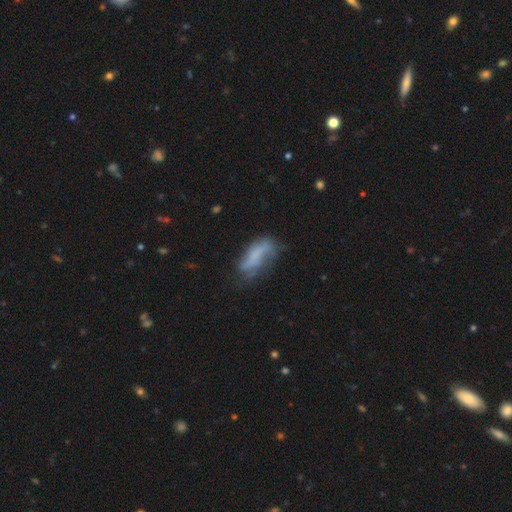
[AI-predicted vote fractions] This is possibly a smooth galaxy (45%). Merging: marginally none (41%).